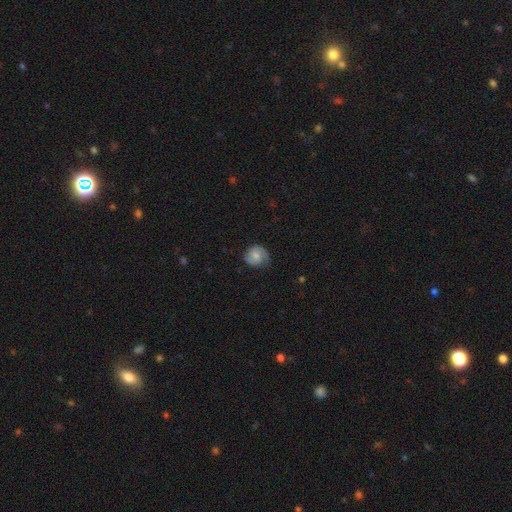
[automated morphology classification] Smooth or featured?
  - smooth: 55% *
  - featured or disk: 37%
  - star or artifact: 7%
How rounded?
  - round: 80% *
  - in between: 19%
  - cigar-shaped: 1%
Merging?
  - none: 62% *
  - minor disturbance: 27%
  - major disturbance: 9%
  - merger: 1%